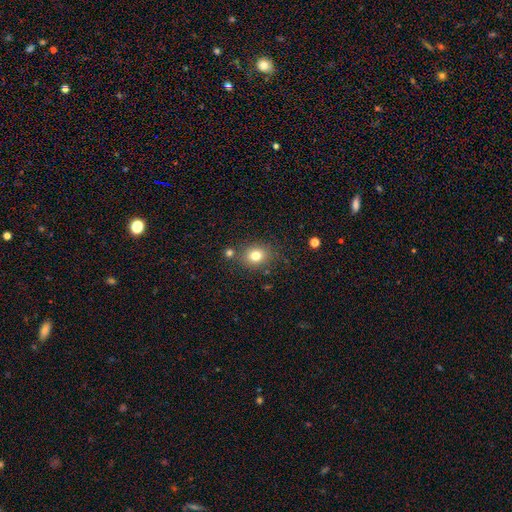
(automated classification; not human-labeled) Smooth or featured? smooth (78%)
How rounded? round (61%)
Merging? none (76%)